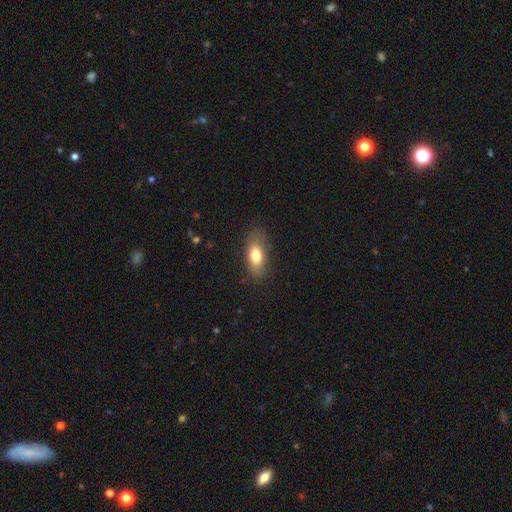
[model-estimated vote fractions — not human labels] smooth 75%, featured or disk 17%, star or artifact 8%. Down the decision tree: how rounded — in between (82%); merging — none (78%).